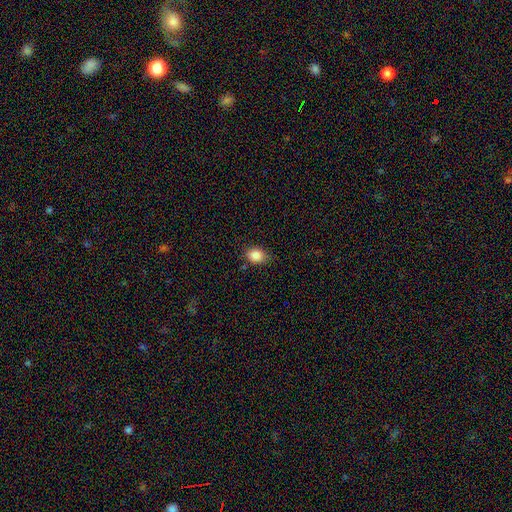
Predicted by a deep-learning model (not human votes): smooth_or_featured: smooth (p=0.86) [alt: star or artifact p=0.09]
how_rounded: in between (p=0.60) [alt: round p=0.39]
merging: none (p=0.72) [alt: minor disturbance p=0.21]